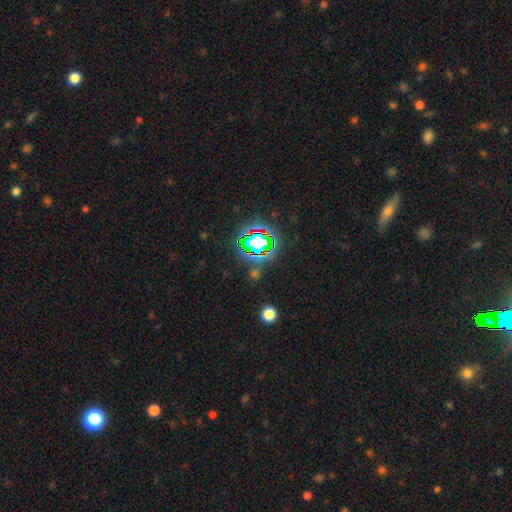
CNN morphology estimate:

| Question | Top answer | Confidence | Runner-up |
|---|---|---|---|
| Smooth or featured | star or artifact | 77% | smooth (14%) |